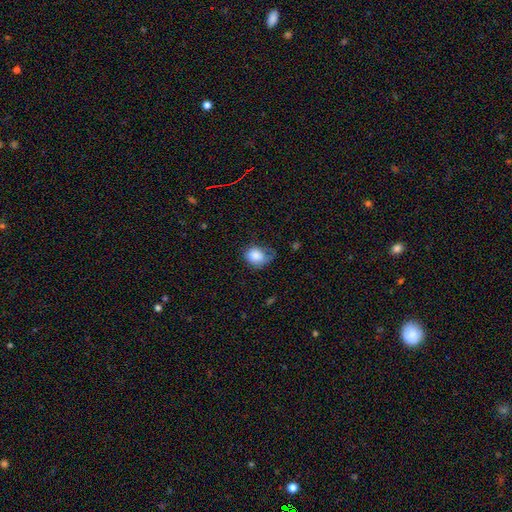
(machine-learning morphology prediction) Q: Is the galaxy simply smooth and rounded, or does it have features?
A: smooth — 83%.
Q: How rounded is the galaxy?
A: round — 52%.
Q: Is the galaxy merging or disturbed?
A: none — 38%.